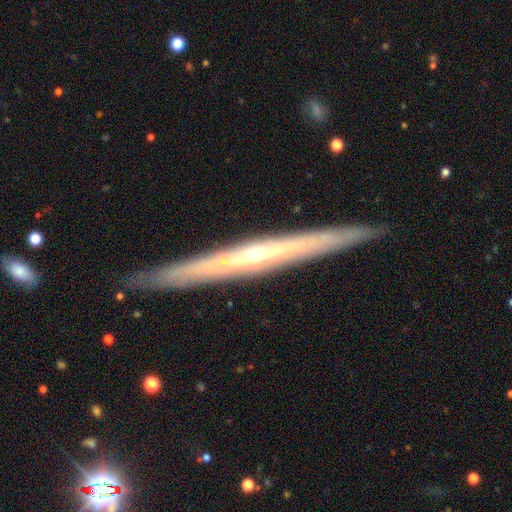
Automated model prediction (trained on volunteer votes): Smooth or featured: featured or disk — 78% (smooth — 16%)
Edge-on disk: yes — 94% (no — 6%)
Edge-on bulge: rounded — 58% (none — 39%)
Merging: none — 87% (minor disturbance — 8%)